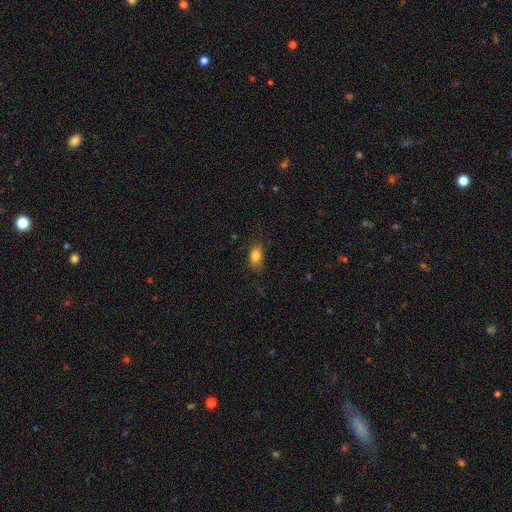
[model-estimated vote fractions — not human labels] Smooth or featured? smooth (82%)
How rounded? in between (83%)
Merging? none (74%)